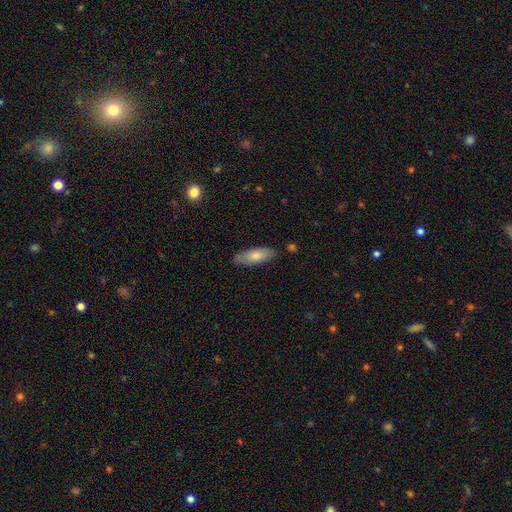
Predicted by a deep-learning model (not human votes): Smooth or featured: smooth — 76% (featured or disk — 18%)
How rounded: in between — 64% (cigar-shaped — 34%)
Merging: none — 82% (minor disturbance — 13%)